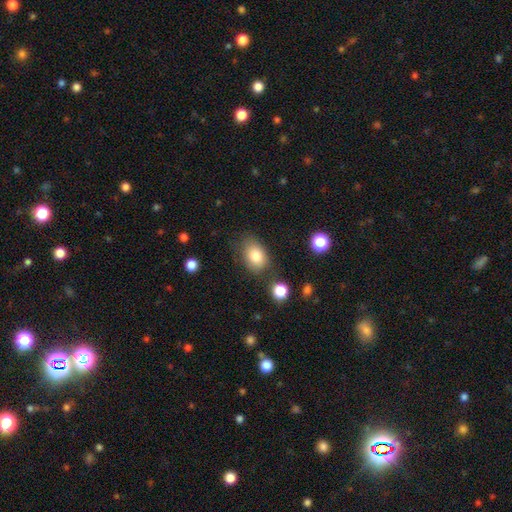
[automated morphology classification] Smooth or featured: smooth — 81% (featured or disk — 10%)
How rounded: in between — 76% (round — 23%)
Merging: none — 72% (minor disturbance — 18%)